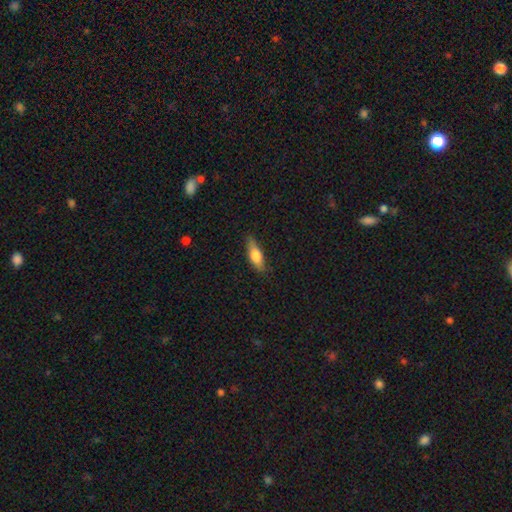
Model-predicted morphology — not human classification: smooth_or_featured: smooth (p=0.65) [alt: featured or disk p=0.29]
how_rounded: in between (p=0.54) [alt: cigar-shaped p=0.42]
merging: none (p=0.78) [alt: minor disturbance p=0.17]